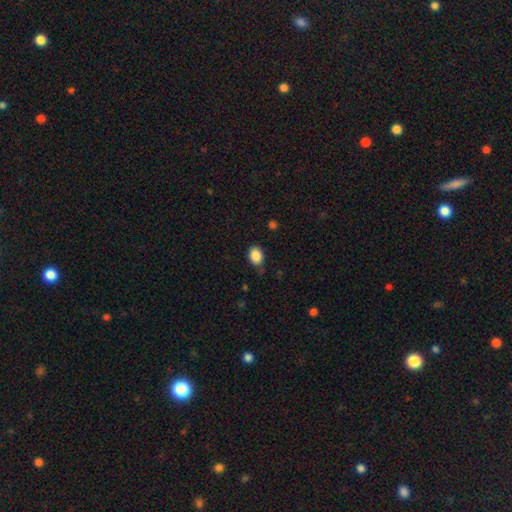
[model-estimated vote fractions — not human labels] smooth_or_featured: smooth (p=0.87) [alt: star or artifact p=0.09]
how_rounded: in between (p=0.62) [alt: round p=0.37]
merging: none (p=0.74) [alt: minor disturbance p=0.21]